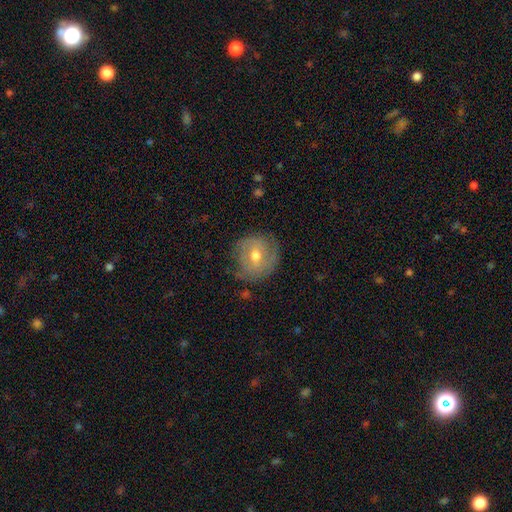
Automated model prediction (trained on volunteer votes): Q: Smooth or featured?
A: featured or disk (55%); runner-up: smooth (37%)
Q: Edge-on disk?
A: no (96%); runner-up: yes (4%)
Q: Bar?
A: no (54%); runner-up: weak (37%)
Q: Spiral arms?
A: yes (71%); runner-up: no (29%)
Q: Bulge size?
A: moderate (74%); runner-up: small (20%)
Q: Merging?
A: none (70%); runner-up: minor disturbance (21%)